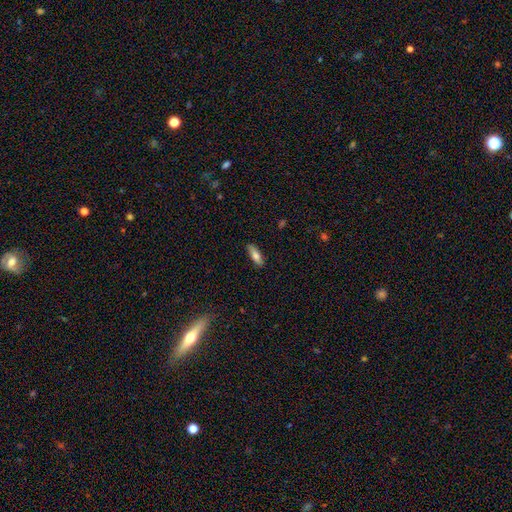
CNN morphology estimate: This appears to be a smooth galaxy with no disk features (78%) that is in between round and cigar-shaped (57%). Merging: none (83%).